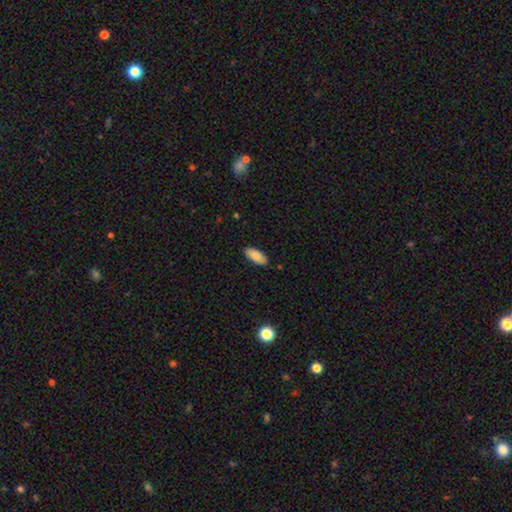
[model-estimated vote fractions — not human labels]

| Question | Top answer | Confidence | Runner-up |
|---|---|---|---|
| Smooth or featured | smooth | 86% | featured or disk (8%) |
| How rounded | in between | 84% | cigar-shaped (14%) |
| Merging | none | 87% | minor disturbance (10%) |